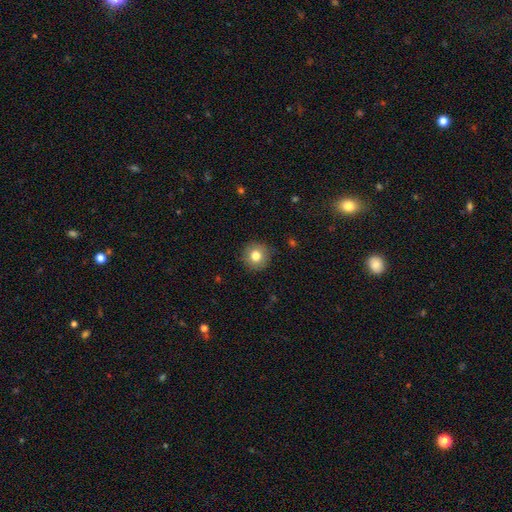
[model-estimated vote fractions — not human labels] smooth_or_featured: smooth (p=0.80) [alt: featured or disk p=0.10]
how_rounded: round (p=0.94) [alt: in between p=0.05]
merging: none (p=0.90) [alt: minor disturbance p=0.07]